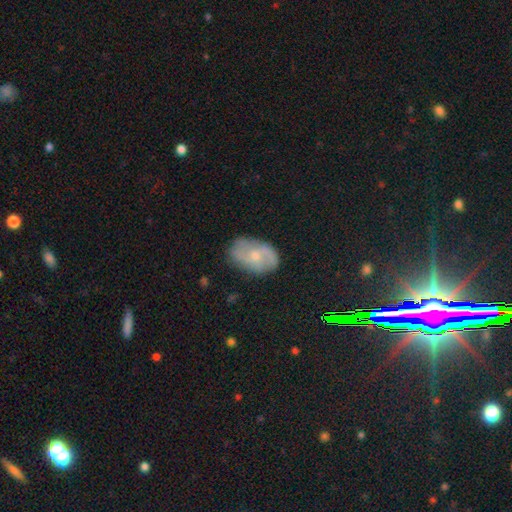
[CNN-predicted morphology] smooth-or-featured: featured or disk: 54% | smooth: 38% | star or artifact: 9%
  disk-edge-on: no: 95% | yes: 5%
    bar: no: 63% | weak: 32% | strong: 5%
    has-spiral-arms: yes: 78% | no: 22%
    bulge-size: small: 50% | moderate: 39% | none: 7% | large: 2% | dominant: 1%
  merging: none: 73% | minor disturbance: 19% | major disturbance: 6% | merger: 2%